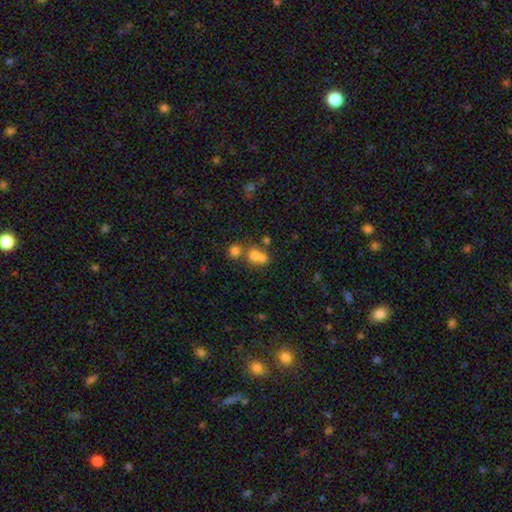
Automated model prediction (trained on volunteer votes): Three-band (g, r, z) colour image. It shows a smooth galaxy with no disk features (67%) that is round (75%). Merging: merger (56%).